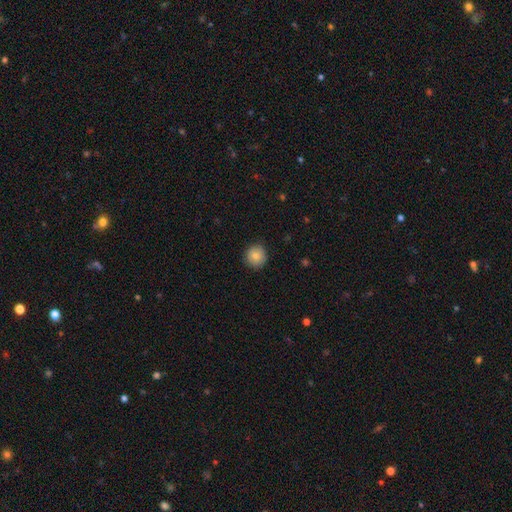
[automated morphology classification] smooth-or-featured: smooth: 82% | featured or disk: 10% | star or artifact: 9%
  how-rounded: round: 93% | in between: 6% | cigar-shaped: 1%
  merging: none: 88% | minor disturbance: 9% | major disturbance: 2% | merger: 1%